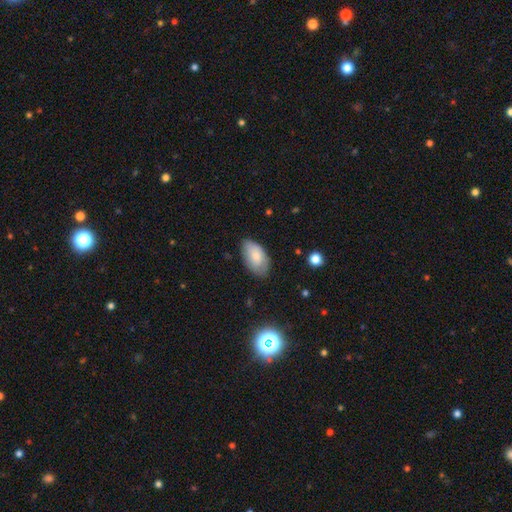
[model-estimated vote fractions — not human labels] Smooth or featured? smooth (77%)
How rounded? in between (94%)
Merging? none (74%)